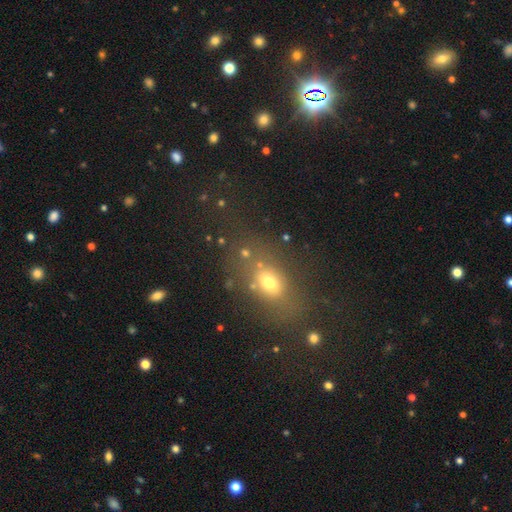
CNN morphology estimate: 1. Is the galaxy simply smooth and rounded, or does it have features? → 54% smooth, 30% star or artifact, 16% featured or disk.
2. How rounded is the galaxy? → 63% in between, 29% round, 9% cigar-shaped.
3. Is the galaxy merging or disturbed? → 72% none, 14% minor disturbance, 8% major disturbance, 6% merger.